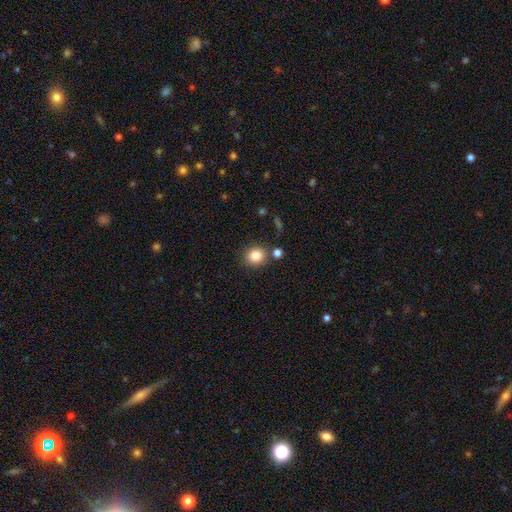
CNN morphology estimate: A smooth galaxy with no disk features (84%) that is round (79%). Merging: none (80%).